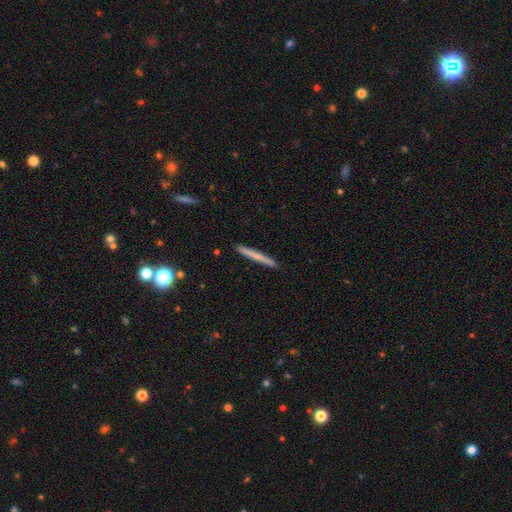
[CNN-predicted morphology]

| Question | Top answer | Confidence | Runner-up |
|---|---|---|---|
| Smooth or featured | smooth | 64% | featured or disk (30%) |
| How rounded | cigar-shaped | 97% | in between (2%) |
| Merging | none | 92% | minor disturbance (5%) |